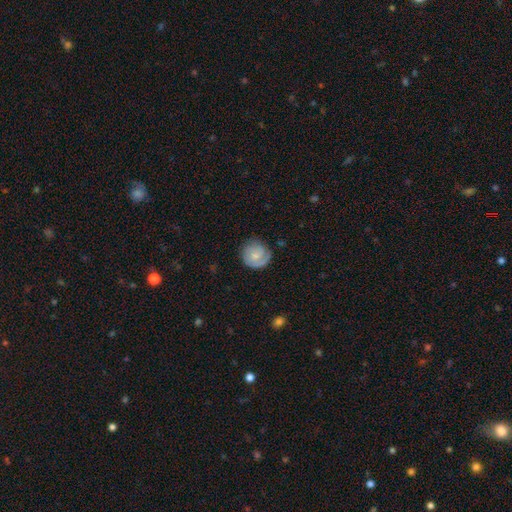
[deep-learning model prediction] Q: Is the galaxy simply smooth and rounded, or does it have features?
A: featured or disk — 47%.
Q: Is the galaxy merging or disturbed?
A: none — 76%.